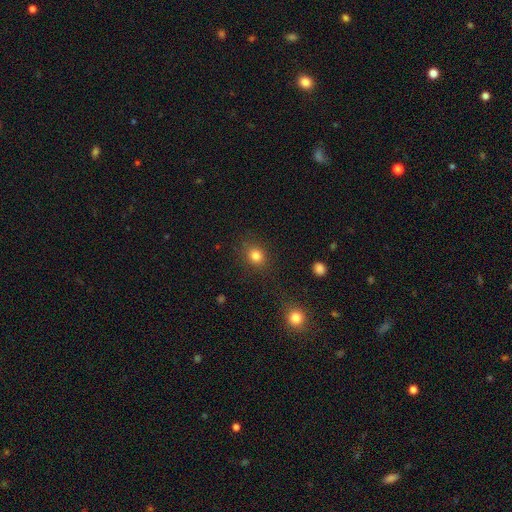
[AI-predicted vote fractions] smooth 81%, star or artifact 13%, featured or disk 6%. Down the decision tree: how rounded — round (68%); merging — none (84%).